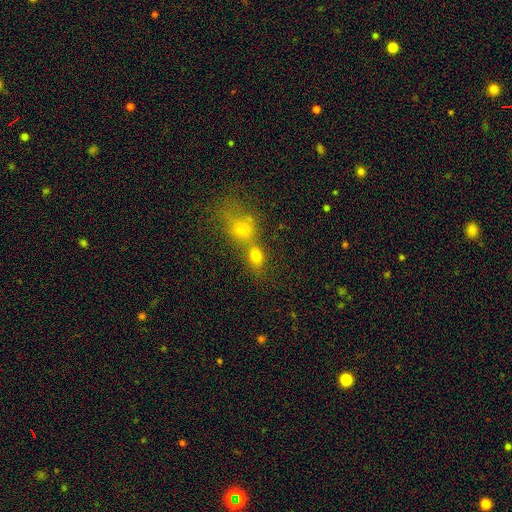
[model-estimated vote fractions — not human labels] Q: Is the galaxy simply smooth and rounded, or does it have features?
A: smooth — 71%.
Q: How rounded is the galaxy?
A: in between — 50%.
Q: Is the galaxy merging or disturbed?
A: merger — 62%.